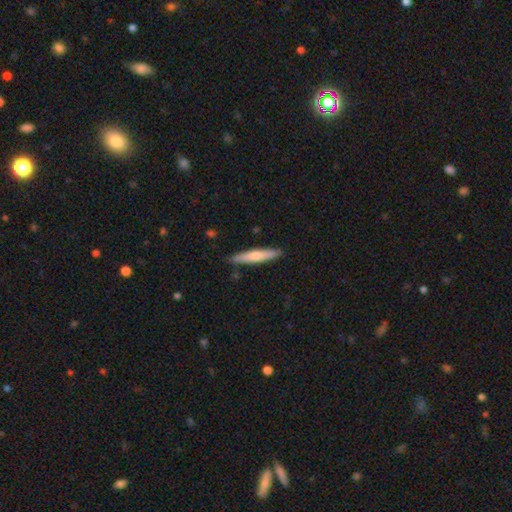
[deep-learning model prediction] smooth 63%, featured or disk 32%, star or artifact 5%. Down the decision tree: how rounded — cigar-shaped (91%); merging — none (88%).